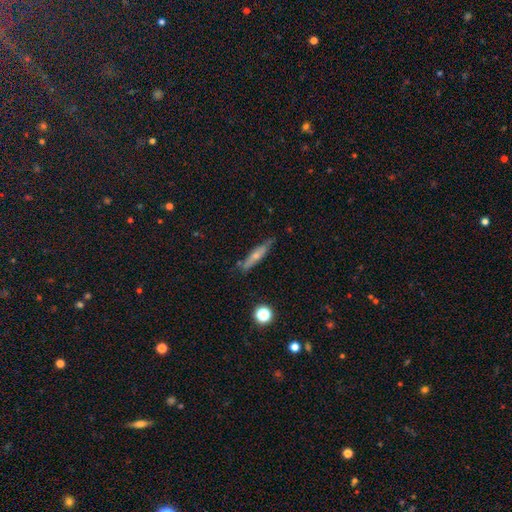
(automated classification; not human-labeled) Morphology: type=smooth (49%); merging=none (77%).